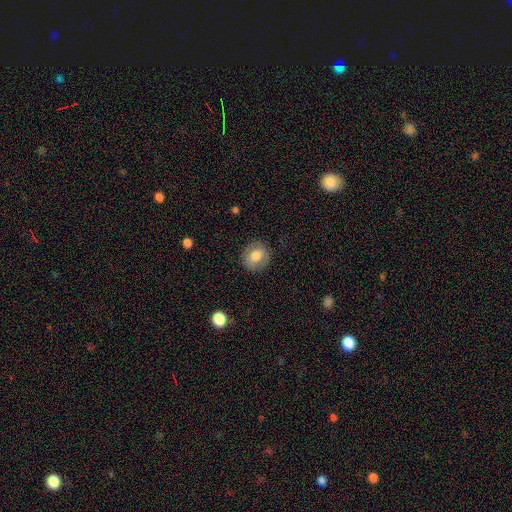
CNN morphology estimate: This appears to be a smooth galaxy with no disk features (73%) that is round (71%). Merging: none (84%).